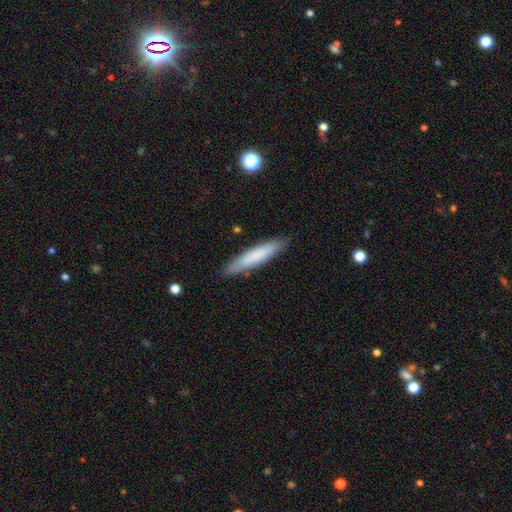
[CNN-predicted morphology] Q: Smooth or featured?
A: smooth (72%); runner-up: featured or disk (22%)
Q: How rounded?
A: cigar-shaped (88%); runner-up: in between (10%)
Q: Merging?
A: none (88%); runner-up: minor disturbance (9%)